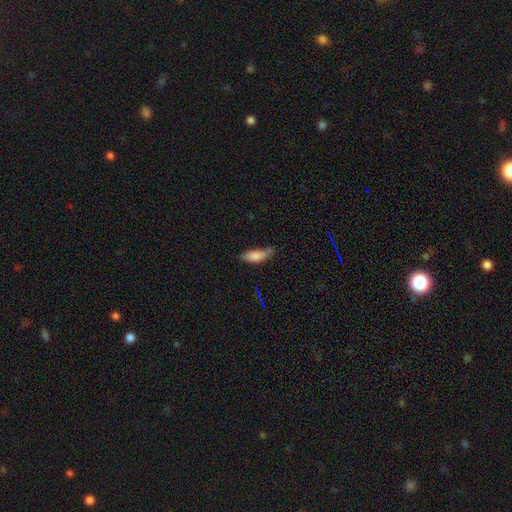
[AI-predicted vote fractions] smooth-or-featured: smooth: 83% | featured or disk: 10% | star or artifact: 7%
  how-rounded: in between: 62% | cigar-shaped: 36% | round: 2%
  merging: none: 55% | minor disturbance: 34% | major disturbance: 7% | merger: 3%